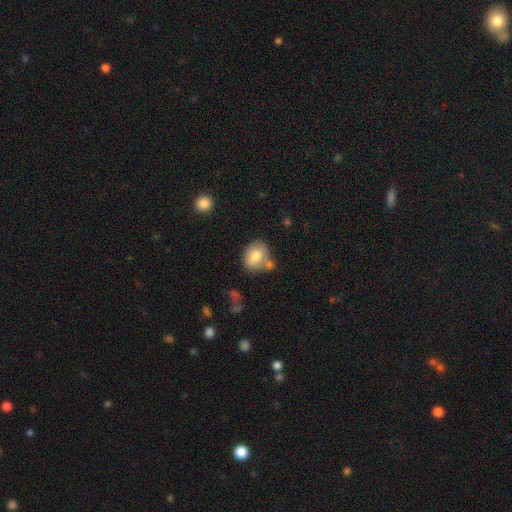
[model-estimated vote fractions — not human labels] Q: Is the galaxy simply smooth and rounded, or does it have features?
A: smooth — 75%.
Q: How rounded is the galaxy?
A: round — 60%.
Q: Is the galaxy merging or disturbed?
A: none — 60%.